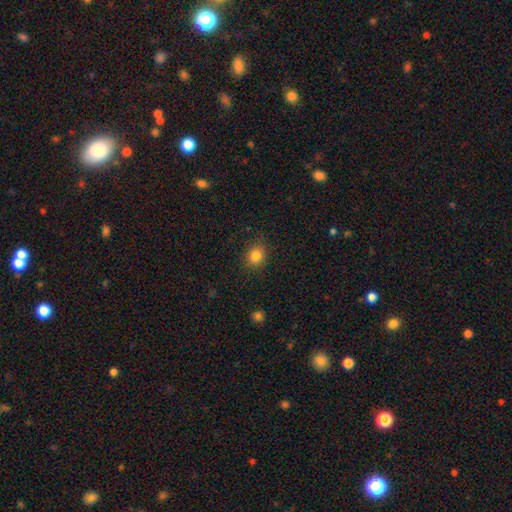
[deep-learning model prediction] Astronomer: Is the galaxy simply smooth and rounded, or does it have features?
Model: smooth — 83%.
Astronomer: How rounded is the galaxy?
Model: round — 77%.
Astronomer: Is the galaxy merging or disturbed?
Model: none — 86%.